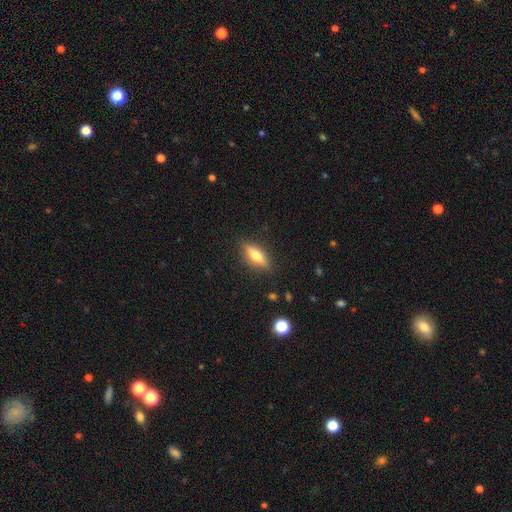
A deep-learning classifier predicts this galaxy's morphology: Q: Smooth or featured?
A: smooth (50%); runner-up: featured or disk (42%)
Q: How rounded?
A: cigar-shaped (51%); runner-up: in between (46%)
Q: Merging?
A: none (86%); runner-up: minor disturbance (10%)